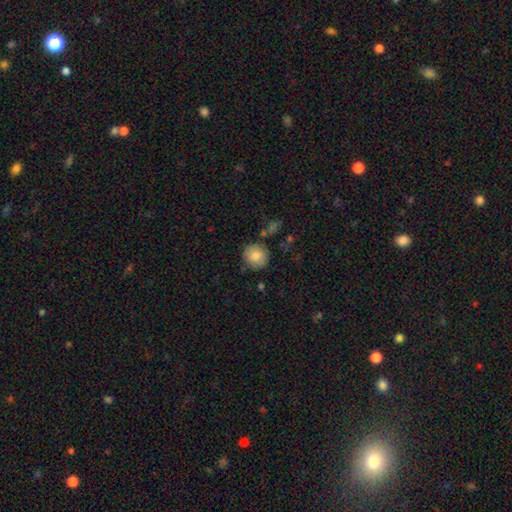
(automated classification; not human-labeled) This is clearly a smooth galaxy (82%). How rounded: clearly round (92%). Merging: clearly none (84%).